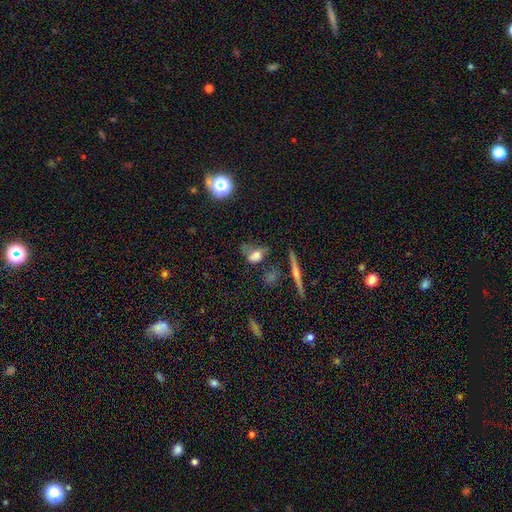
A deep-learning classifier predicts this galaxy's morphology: Smooth or featured: smooth — 56% (featured or disk — 29%)
How rounded: in between — 75% (round — 19%)
Merging: none — 36% (major disturbance — 27%)